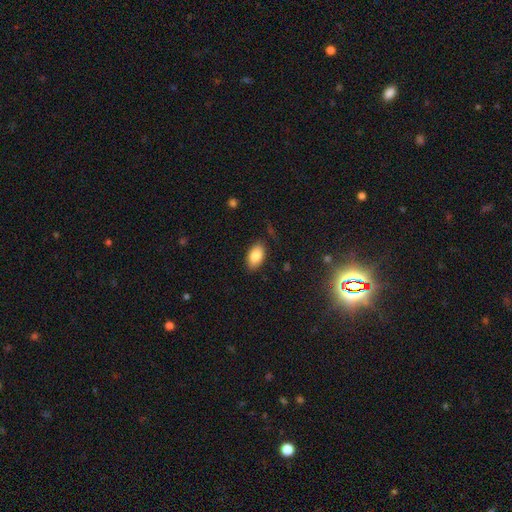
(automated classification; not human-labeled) Morphology: type=smooth (84%); roundness=in between (93%); merging=none (84%).